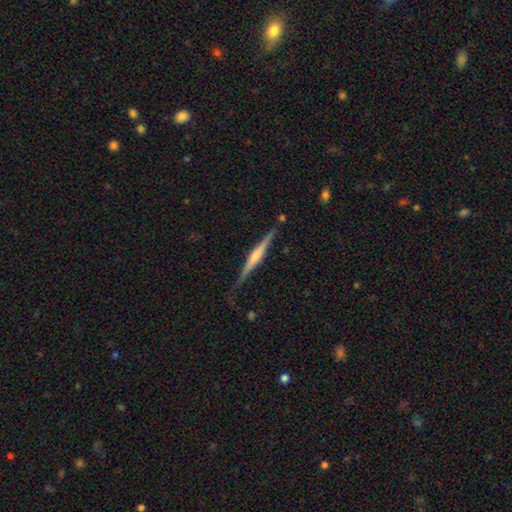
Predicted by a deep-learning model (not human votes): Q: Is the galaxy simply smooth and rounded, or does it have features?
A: featured or disk — 71%.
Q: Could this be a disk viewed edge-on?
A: yes — 98%.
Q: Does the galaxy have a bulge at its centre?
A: rounded — 69%.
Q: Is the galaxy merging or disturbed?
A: none — 81%.